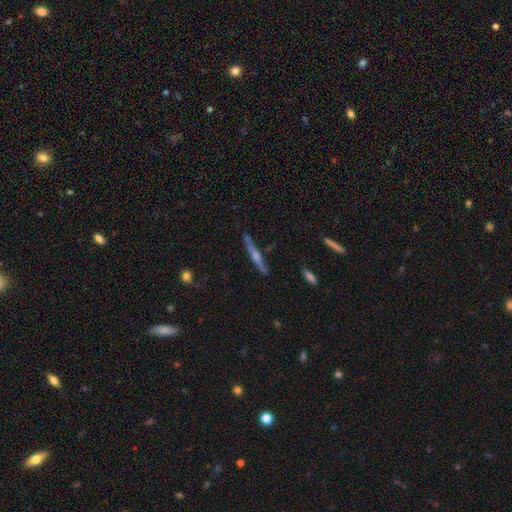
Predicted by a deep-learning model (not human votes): Smooth or featured: featured or disk — 71% (smooth — 22%)
Edge-on disk: yes — 96% (no — 4%)
Edge-on bulge: rounded — 78% (none — 13%)
Merging: none — 83% (minor disturbance — 13%)